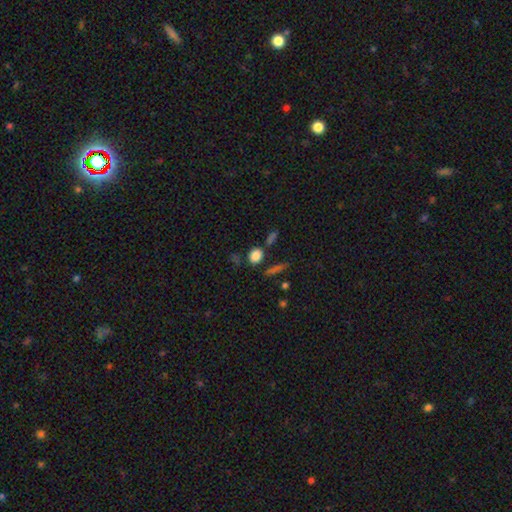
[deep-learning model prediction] A smooth galaxy with no disk features (83%) that is round (56%).

Vote fractions:
- Smooth or featured? smooth: 83% / star or artifact: 11% / featured or disk: 6%
- How rounded? round: 56% / in between: 40% / cigar-shaped: 4%
- Merging? none: 74% / minor disturbance: 12% / merger: 9% / major disturbance: 4%